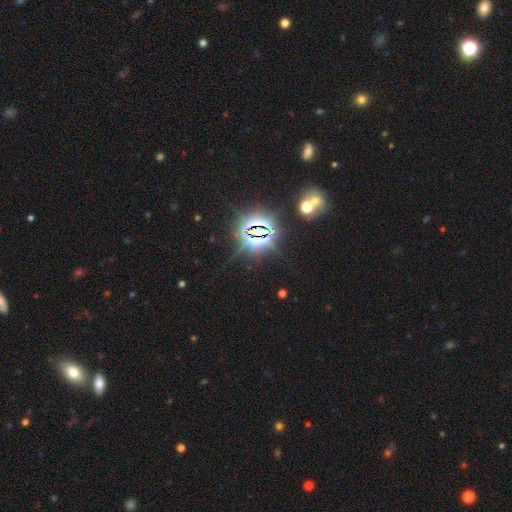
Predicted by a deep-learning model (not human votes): This appears to be a star or artifact, not a galaxy (80%).